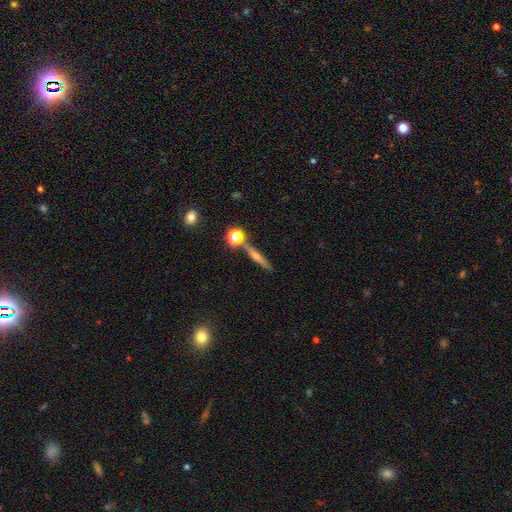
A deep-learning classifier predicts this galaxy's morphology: Smooth or featured?
  - featured or disk: 52% *
  - smooth: 36%
  - star or artifact: 13%
Edge-on disk?
  - yes: 94% *
  - no: 6%
Merging?
  - none: 79% *
  - merger: 10%
  - minor disturbance: 9%
  - major disturbance: 3%